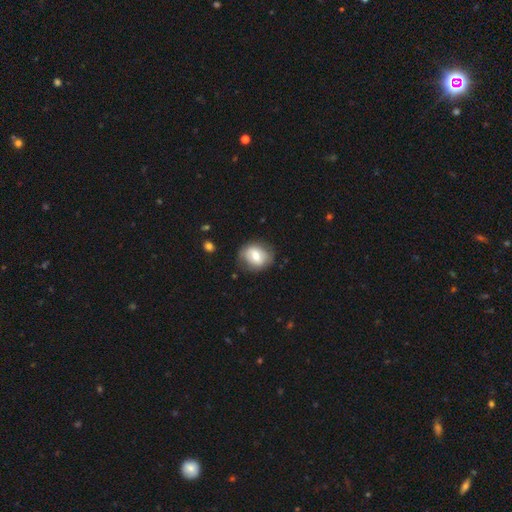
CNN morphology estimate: type=smooth (62%); roundness=round (56%); merging=none (77%).